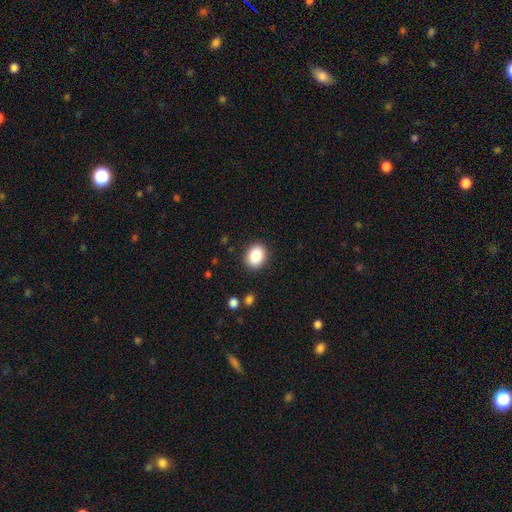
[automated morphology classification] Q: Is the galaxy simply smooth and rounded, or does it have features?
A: smooth — 87%.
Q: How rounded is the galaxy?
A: round — 50%.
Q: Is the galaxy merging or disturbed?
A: none — 89%.